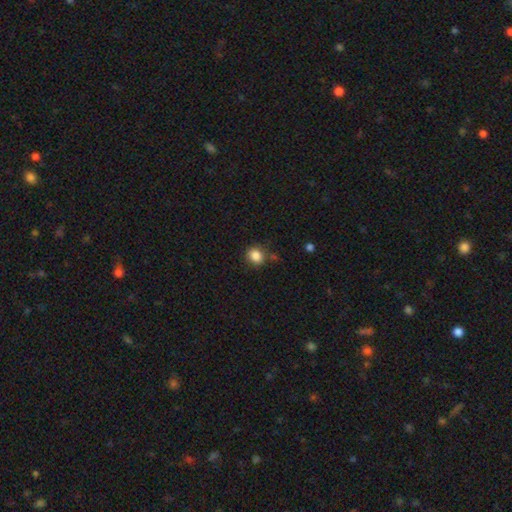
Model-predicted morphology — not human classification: A smooth galaxy with no disk features (86%) that is round (71%).

Vote fractions:
- Smooth or featured? smooth: 86% / star or artifact: 10% / featured or disk: 4%
- How rounded? round: 71% / in between: 28% / cigar-shaped: 1%
- Merging? none: 77% / minor disturbance: 15% / merger: 4% / major disturbance: 4%